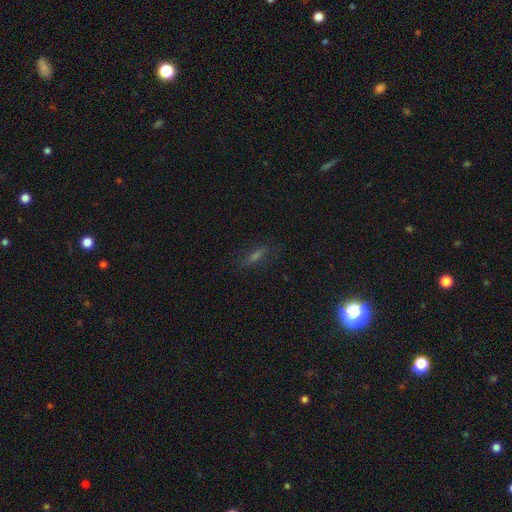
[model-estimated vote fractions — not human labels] smooth 42%, star or artifact 30%, featured or disk 27%. Down the decision tree: merging — none (78%).